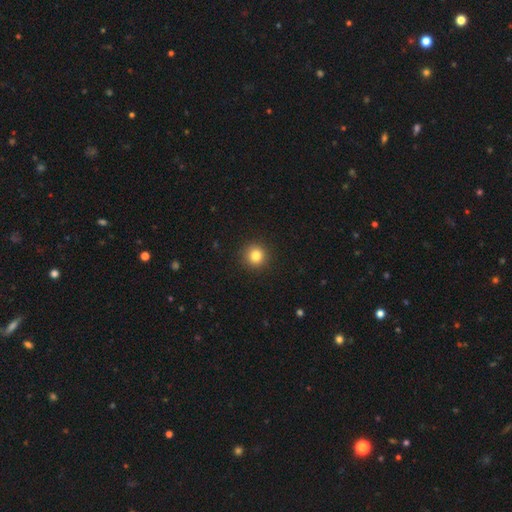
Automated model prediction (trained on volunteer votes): Smooth or featured?
  - smooth: 82% *
  - star or artifact: 12%
  - featured or disk: 6%
How rounded?
  - round: 94% *
  - in between: 5%
  - cigar-shaped: 1%
Merging?
  - none: 92% *
  - minor disturbance: 5%
  - major disturbance: 2%
  - merger: 1%